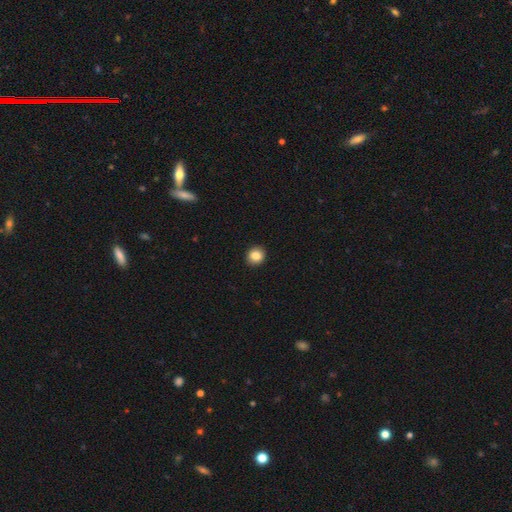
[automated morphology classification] Smooth or featured?
  - smooth: 84% *
  - star or artifact: 10%
  - featured or disk: 6%
How rounded?
  - round: 82% *
  - in between: 17%
  - cigar-shaped: 1%
Merging?
  - none: 92% *
  - minor disturbance: 5%
  - major disturbance: 1%
  - merger: 1%